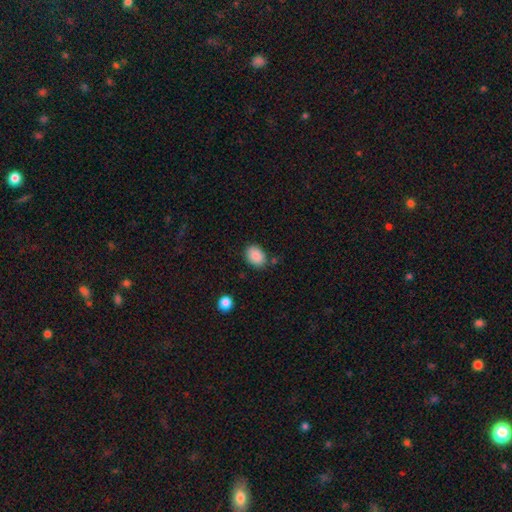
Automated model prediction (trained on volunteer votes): Smooth or featured: smooth — 88% (star or artifact — 8%)
How rounded: in between — 74% (round — 25%)
Merging: none — 80% (minor disturbance — 13%)